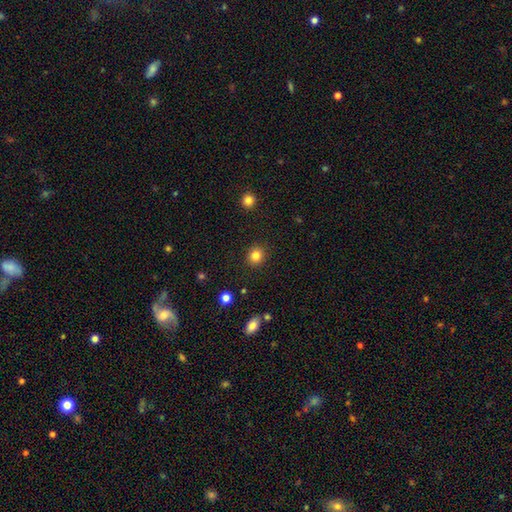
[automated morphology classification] Smooth or featured: smooth — 84% (star or artifact — 11%)
How rounded: round — 85% (in between — 14%)
Merging: none — 91% (minor disturbance — 6%)